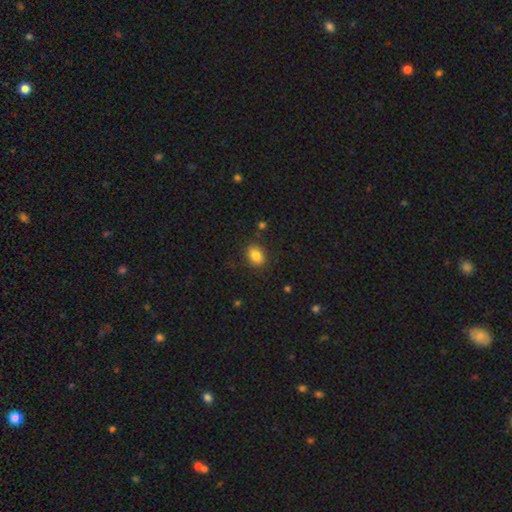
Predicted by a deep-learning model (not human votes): Smooth or featured?
  - smooth: 84% *
  - star or artifact: 10%
  - featured or disk: 6%
How rounded?
  - in between: 72% *
  - round: 27%
  - cigar-shaped: 1%
Merging?
  - none: 85% *
  - minor disturbance: 11%
  - major disturbance: 3%
  - merger: 2%